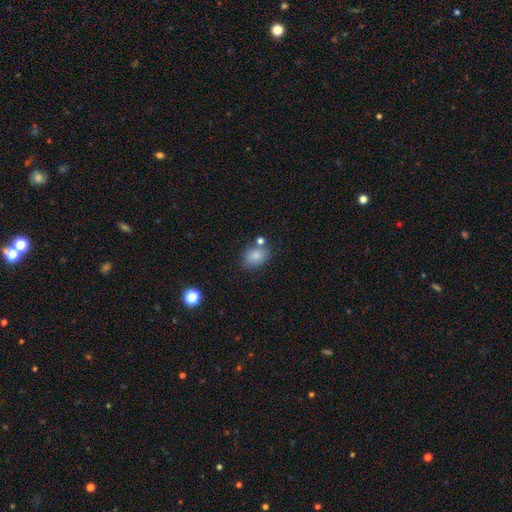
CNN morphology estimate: Overall: smooth (84%). How rounded: in between (68%; round 31%). Merging: none (68%).